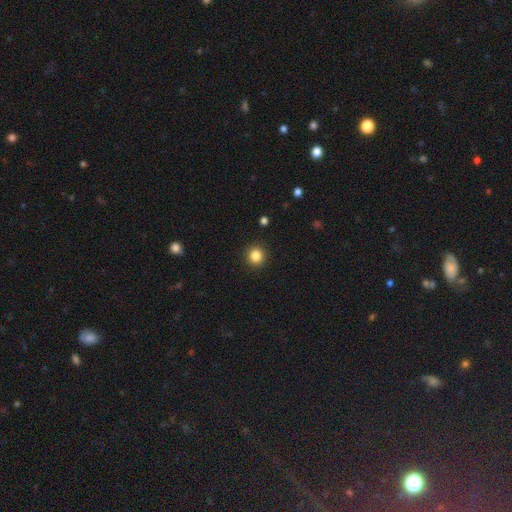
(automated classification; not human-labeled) Overall: smooth (84%). How rounded: round (94%). Merging: none (92%).